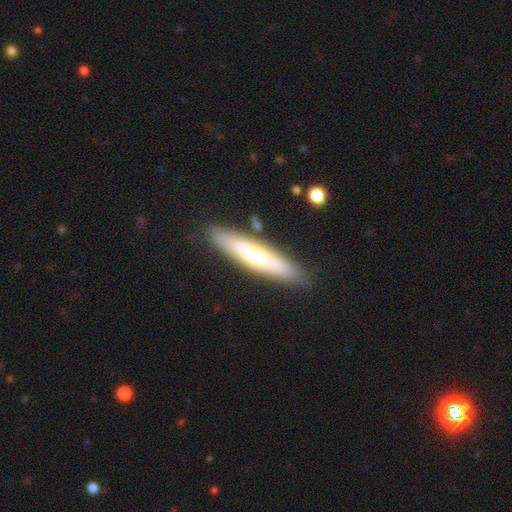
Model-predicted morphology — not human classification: The model was most divided on "smooth or featured": smooth: 56%, featured or disk: 38%, star or artifact: 6%. More confident: merging — none (85%); how rounded — cigar-shaped (84%).